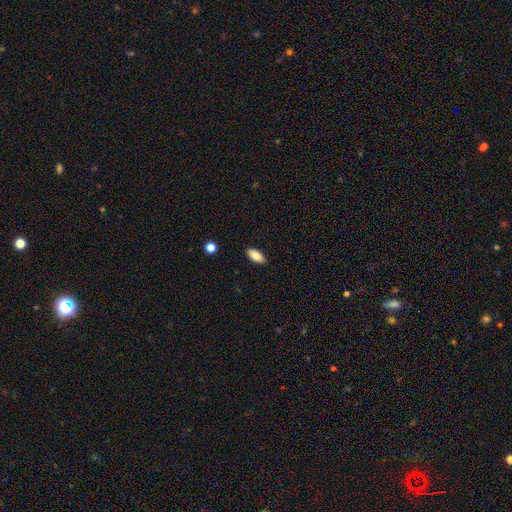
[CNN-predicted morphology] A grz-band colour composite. It shows a smooth galaxy with no disk features (85%) that is in between round and cigar-shaped (89%). Merging: none (89%).